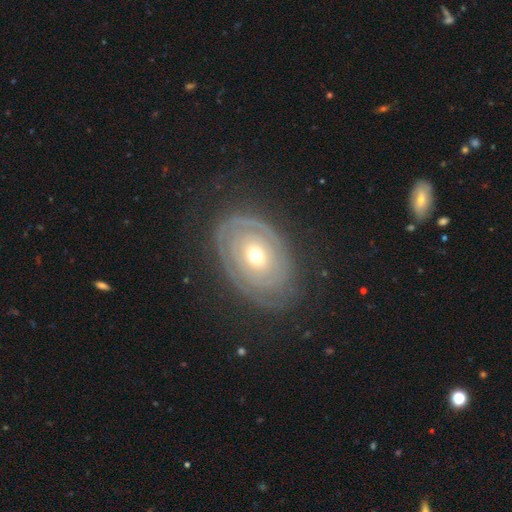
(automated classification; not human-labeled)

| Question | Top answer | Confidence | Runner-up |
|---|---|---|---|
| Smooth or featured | featured or disk | 75% | smooth (18%) |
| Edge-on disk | no | 94% | yes (6%) |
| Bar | no | 86% | weak (10%) |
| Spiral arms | yes | 68% | no (32%) |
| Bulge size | moderate | 48% | small (47%) |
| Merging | none | 76% | minor disturbance (15%) |